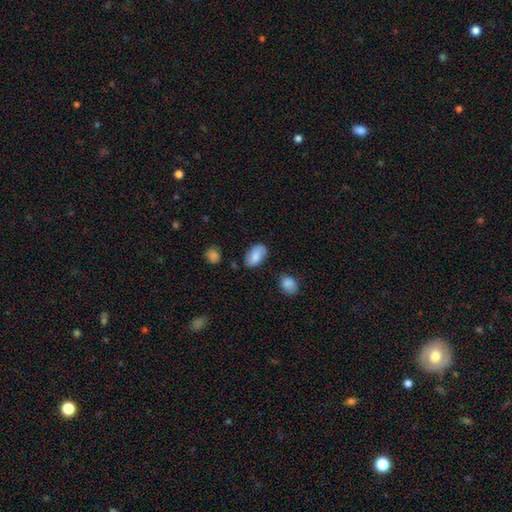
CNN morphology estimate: smooth 82%, featured or disk 11%, star or artifact 7%. Down the decision tree: how rounded — in between (94%); merging — none (76%).